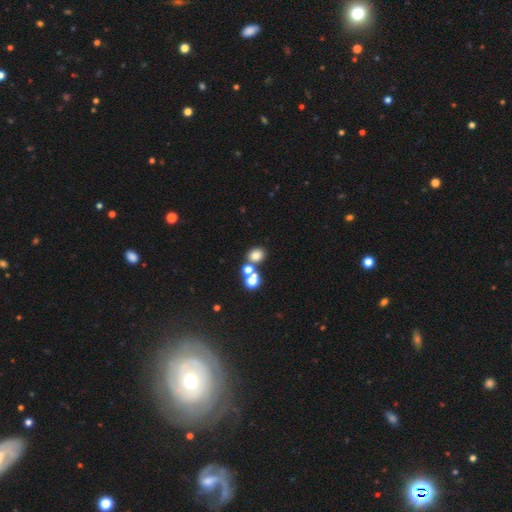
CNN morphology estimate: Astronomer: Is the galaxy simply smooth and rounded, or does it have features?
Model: smooth — 73%.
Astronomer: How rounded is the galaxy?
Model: round — 69%.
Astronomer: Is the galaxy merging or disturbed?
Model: none — 61%.